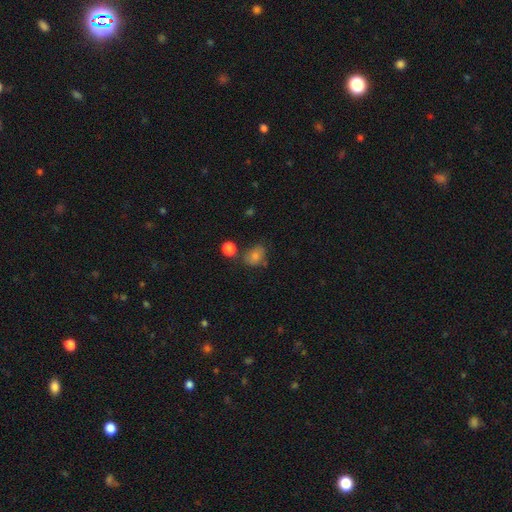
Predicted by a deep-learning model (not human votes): Q: Smooth or featured?
A: smooth (77%); runner-up: star or artifact (13%)
Q: How rounded?
A: in between (59%); runner-up: round (40%)
Q: Merging?
A: none (59%); runner-up: minor disturbance (24%)